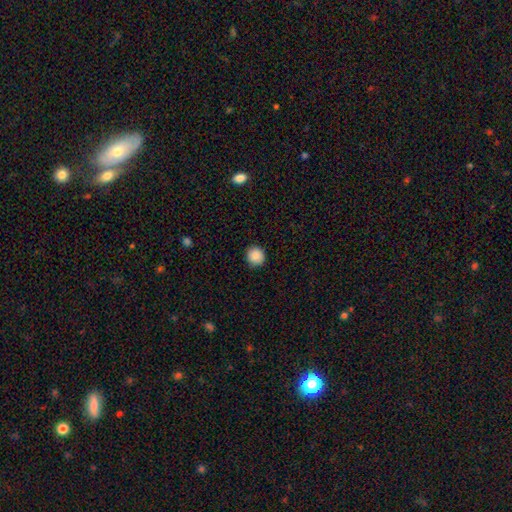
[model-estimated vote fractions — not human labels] This is clearly a smooth galaxy (88%). How rounded: clearly round (92%). Merging: clearly none (90%).